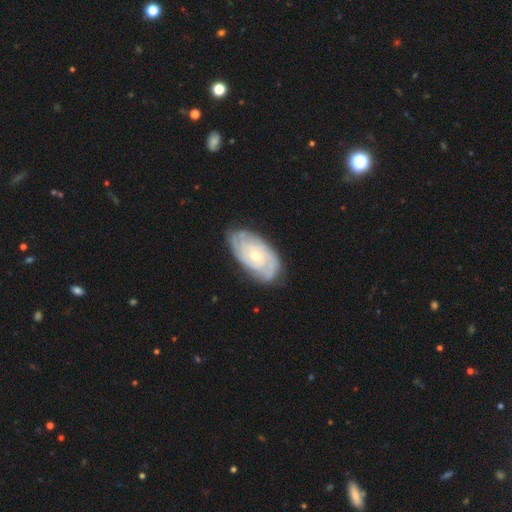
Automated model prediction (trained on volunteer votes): A featured or disk galaxy (78%) with no bar (77%), tight (76%) spiral arms (93%) and a small central bulge (58%). Merging: none (78%).